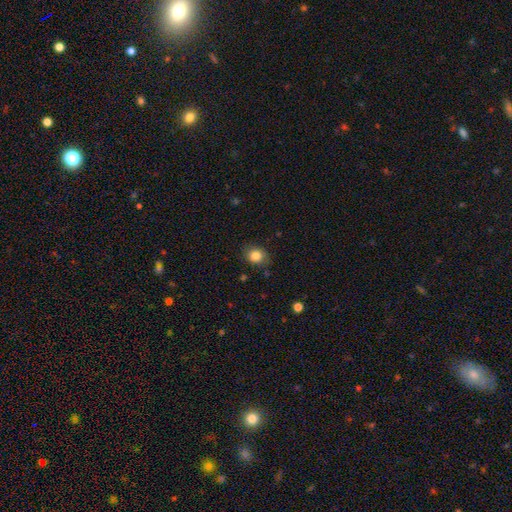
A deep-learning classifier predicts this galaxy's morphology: smooth_or_featured: smooth (p=0.84) [alt: star or artifact p=0.10]
how_rounded: round (p=0.63) [alt: in between p=0.36]
merging: none (p=0.80) [alt: minor disturbance p=0.15]